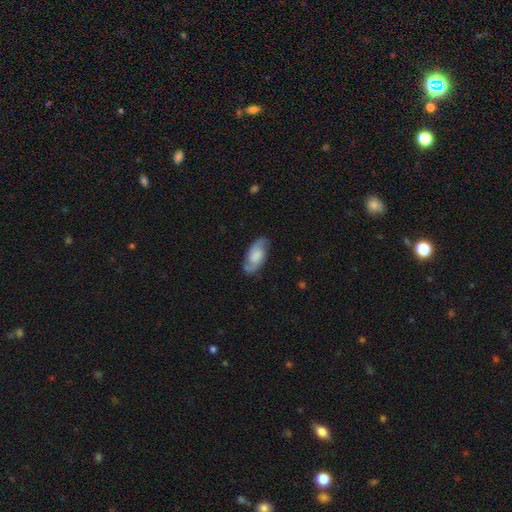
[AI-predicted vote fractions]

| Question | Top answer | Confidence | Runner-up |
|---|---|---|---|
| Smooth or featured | featured or disk | 61% | smooth (32%) |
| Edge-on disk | no | 93% | yes (7%) |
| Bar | no | 60% | weak (33%) |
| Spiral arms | yes | 91% | no (9%) |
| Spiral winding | medium | 47% | loose (30%) |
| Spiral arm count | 2 | 88% | can't tell (6%) |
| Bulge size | none | 29% | large (28%) |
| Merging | none | 78% | minor disturbance (16%) |